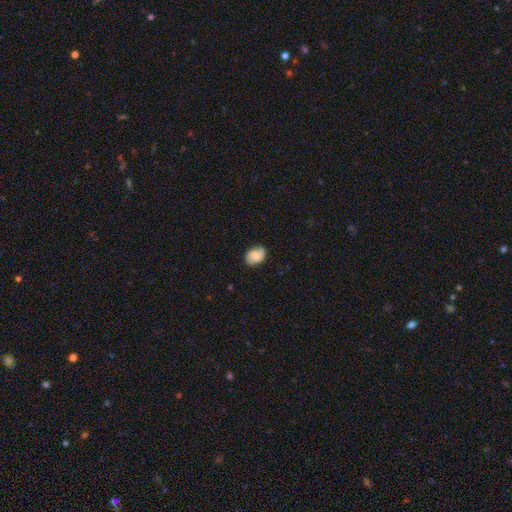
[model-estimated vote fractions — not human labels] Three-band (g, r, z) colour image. It shows a smooth galaxy with no disk features (47%). Merging: none (77%).